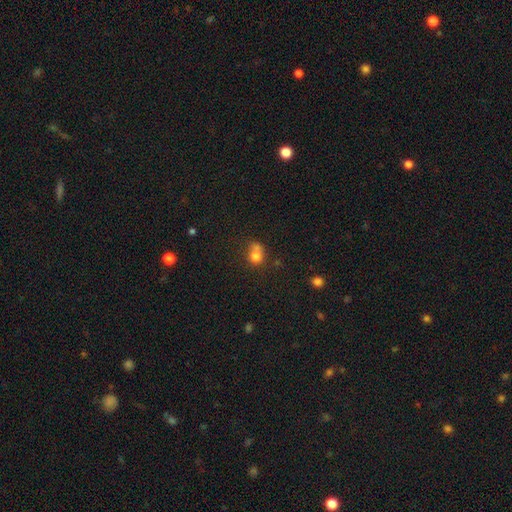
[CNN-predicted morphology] type=smooth (75%); roundness=round (75%); merging=merger (48%).